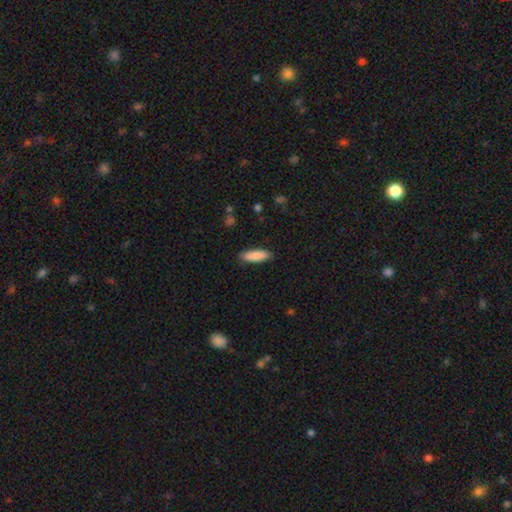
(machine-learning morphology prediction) smooth_or_featured: smooth (p=0.85) [alt: featured or disk p=0.10]
how_rounded: in between (p=0.50) [alt: cigar-shaped p=0.49]
merging: none (p=0.87) [alt: minor disturbance p=0.10]